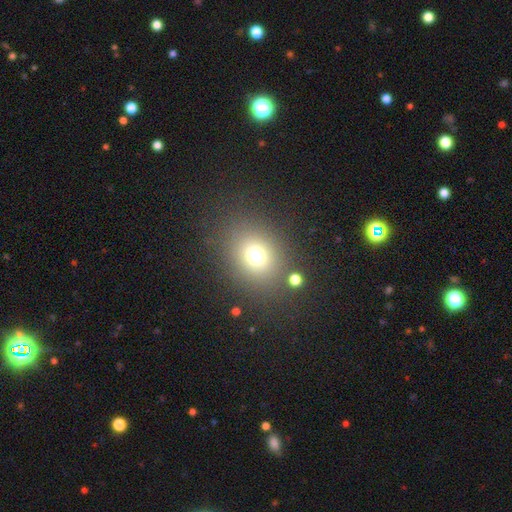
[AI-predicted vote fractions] The model was most divided on "how rounded": round: 66%, in between: 33%, cigar-shaped: 1%. More confident: merging — none (81%); smooth or featured — smooth (72%).